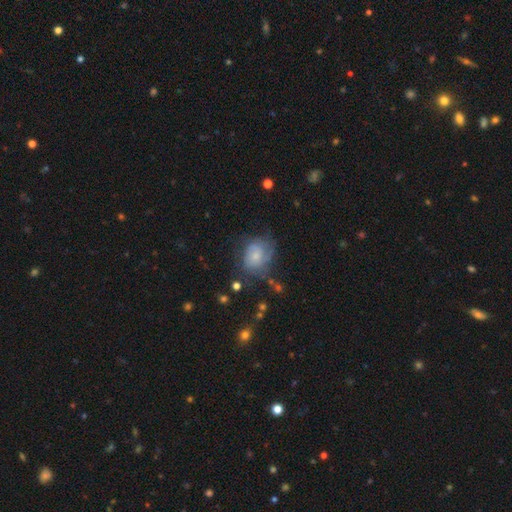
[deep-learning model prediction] This is possibly a smooth galaxy (49%). Merging: possibly none (50%).